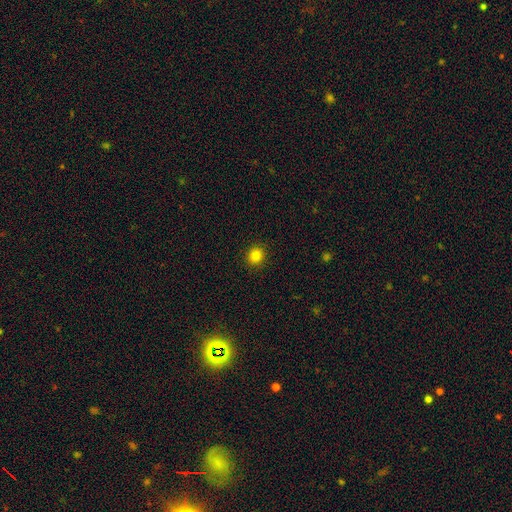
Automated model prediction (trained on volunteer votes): This appears to be a smooth galaxy with no disk features (83%) that is round (85%). Merging: none (92%).